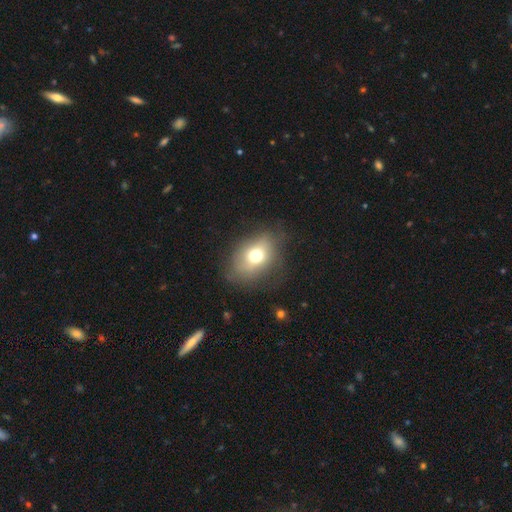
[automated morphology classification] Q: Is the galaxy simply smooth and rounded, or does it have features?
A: smooth — 66%.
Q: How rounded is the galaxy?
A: in between — 65%.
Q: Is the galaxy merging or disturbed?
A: none — 67%.